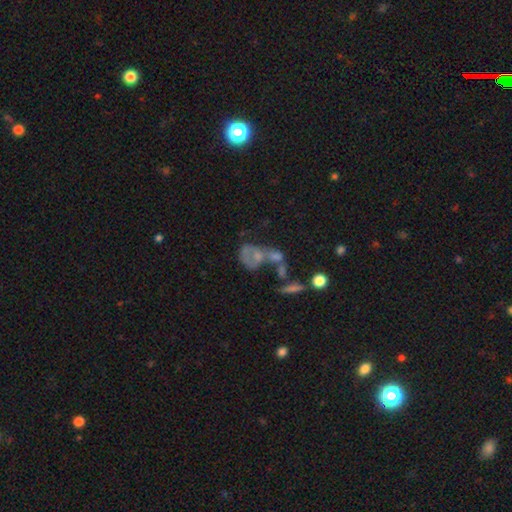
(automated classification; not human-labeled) Q: Smooth or featured?
A: smooth (43%); runner-up: featured or disk (41%)
Q: Merging?
A: merger (47%); runner-up: major disturbance (22%)